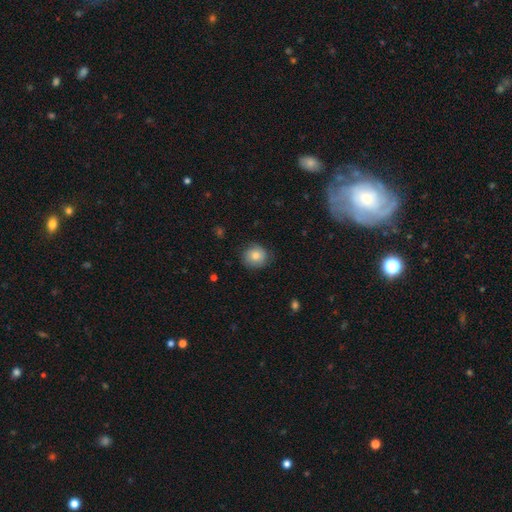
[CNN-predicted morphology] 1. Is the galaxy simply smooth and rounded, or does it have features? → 81% smooth, 11% featured or disk, 8% star or artifact.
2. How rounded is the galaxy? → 86% round, 13% in between, 1% cigar-shaped.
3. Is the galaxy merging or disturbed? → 80% none, 15% minor disturbance, 3% major disturbance, 1% merger.